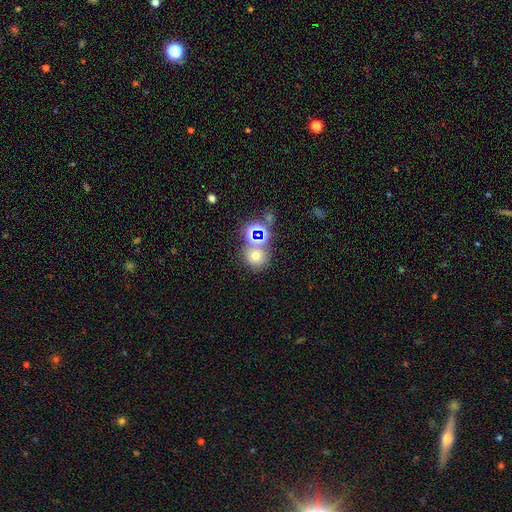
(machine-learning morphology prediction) Smooth or featured? smooth (63%)
How rounded? round (85%)
Merging? none (64%)